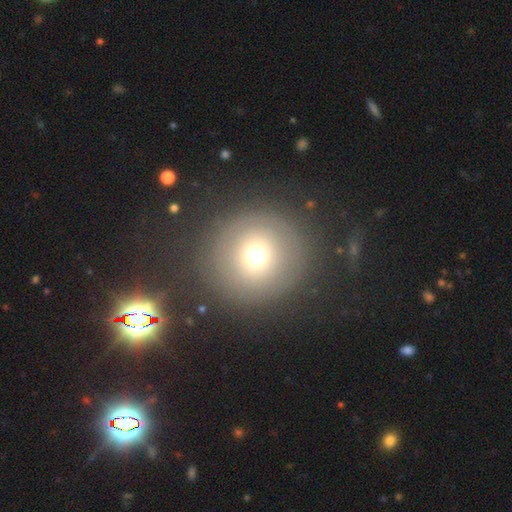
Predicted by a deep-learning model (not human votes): Morphology: type=smooth (66%); roundness=round (95%); merging=none (79%).